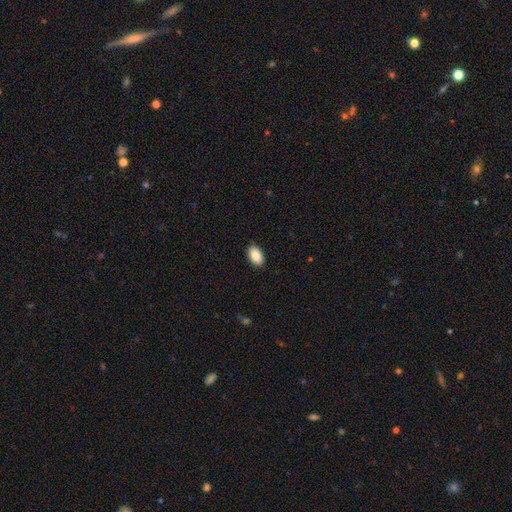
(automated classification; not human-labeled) Smooth or featured? Predicted: smooth (p=0.88). How rounded? Predicted: in between (p=0.91). Merging? Predicted: none (p=0.90).